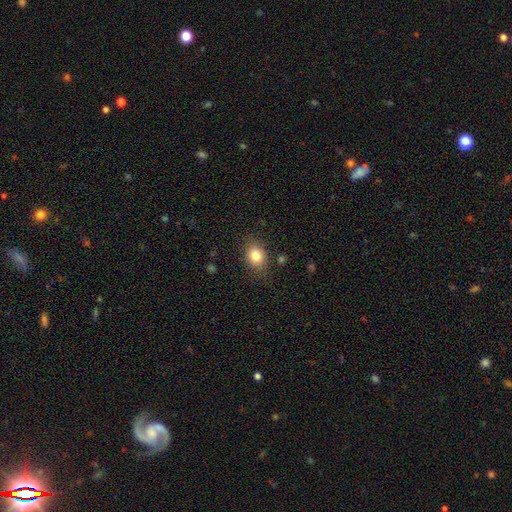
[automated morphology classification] Q: Smooth or featured?
A: smooth (82%); runner-up: star or artifact (10%)
Q: How rounded?
A: in between (57%); runner-up: round (41%)
Q: Merging?
A: none (80%); runner-up: minor disturbance (15%)